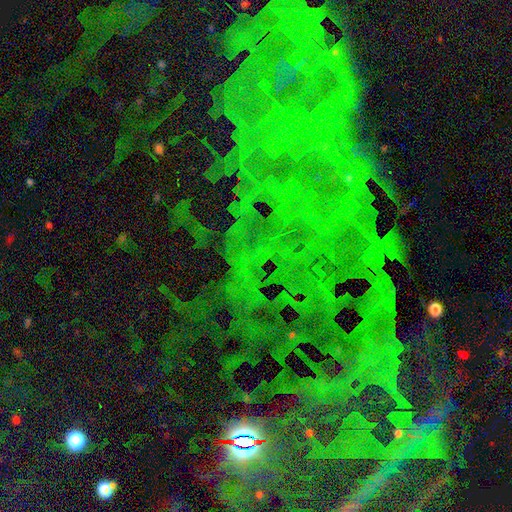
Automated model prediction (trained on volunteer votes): Overall: star or artifact (82%).